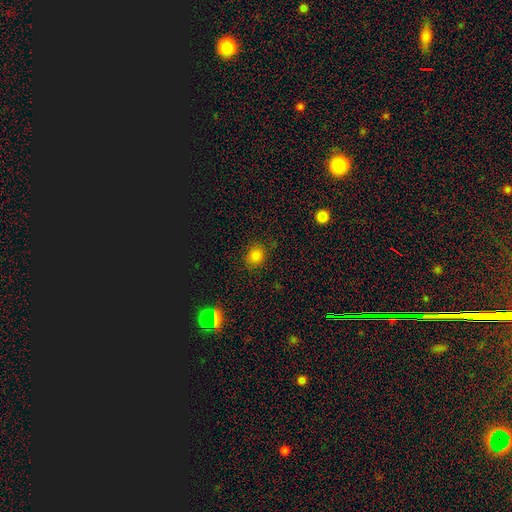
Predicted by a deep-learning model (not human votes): This is clearly a smooth galaxy (80%). How rounded: likely round (71%). Merging: clearly none (85%).